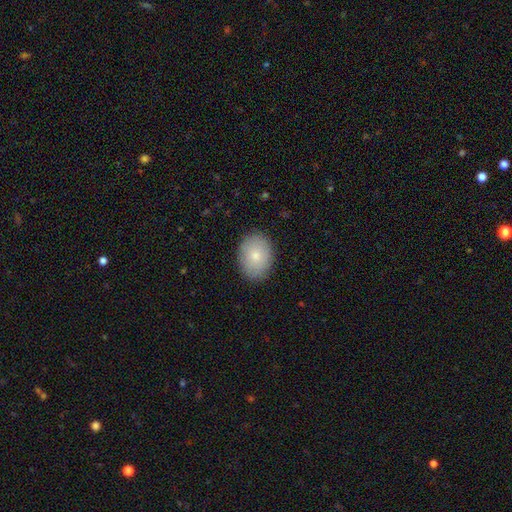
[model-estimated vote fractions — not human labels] This appears to be a smooth galaxy with no disk features (80%) that is in between round and cigar-shaped (67%). Merging: none (87%).